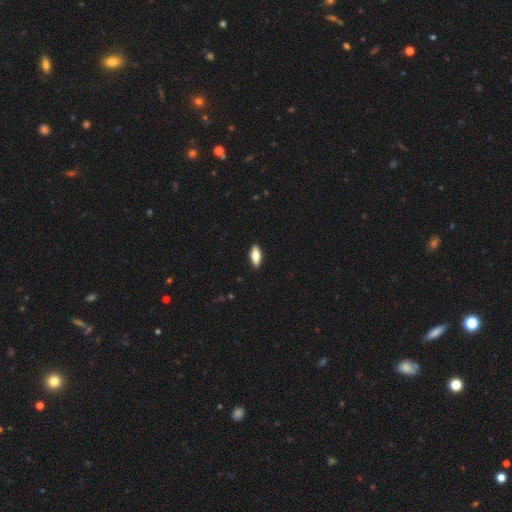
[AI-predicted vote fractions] smooth 66%, featured or disk 27%, star or artifact 6%. Down the decision tree: how rounded — in between (75%); merging — none (90%).